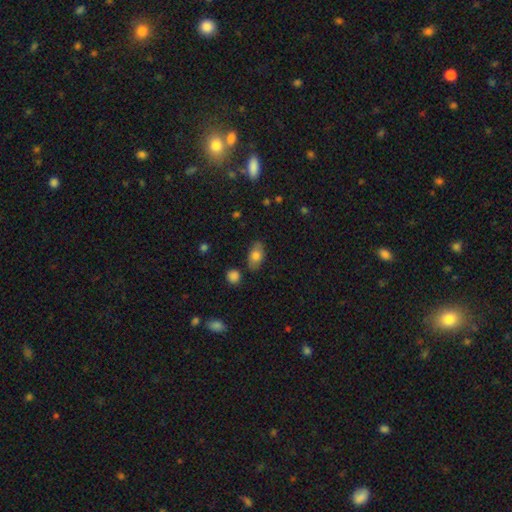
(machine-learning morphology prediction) Q: Smooth or featured?
A: smooth (77%); runner-up: featured or disk (15%)
Q: How rounded?
A: in between (89%); runner-up: round (8%)
Q: Merging?
A: none (80%); runner-up: minor disturbance (14%)